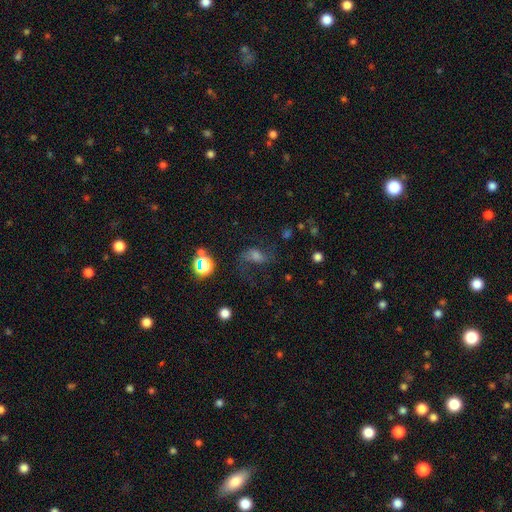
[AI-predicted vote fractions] The model was most divided on "smooth or featured": featured or disk: 52%, smooth: 26%, star or artifact: 22%. More confident: edge-on disk — no (95%); merging — none (57%).